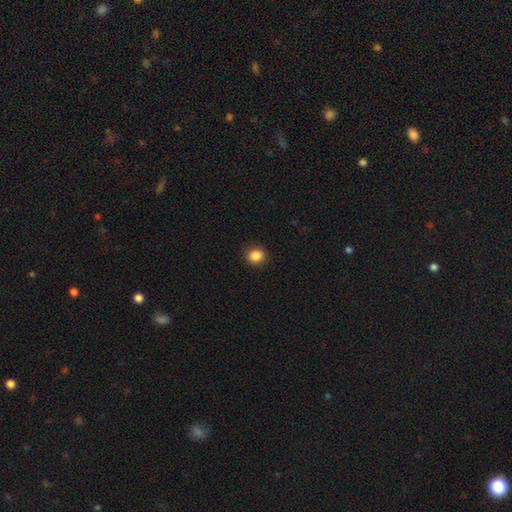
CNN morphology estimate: Q: Smooth or featured?
A: smooth (87%); runner-up: star or artifact (10%)
Q: How rounded?
A: round (77%); runner-up: in between (22%)
Q: Merging?
A: none (90%); runner-up: minor disturbance (7%)